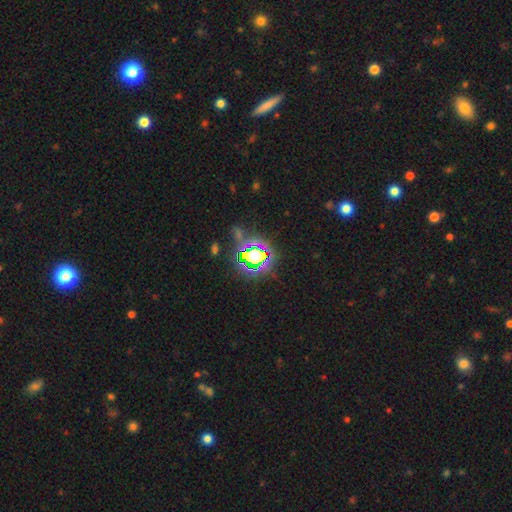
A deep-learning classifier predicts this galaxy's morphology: This is likely a star or artifact rather than a galaxy (77%).